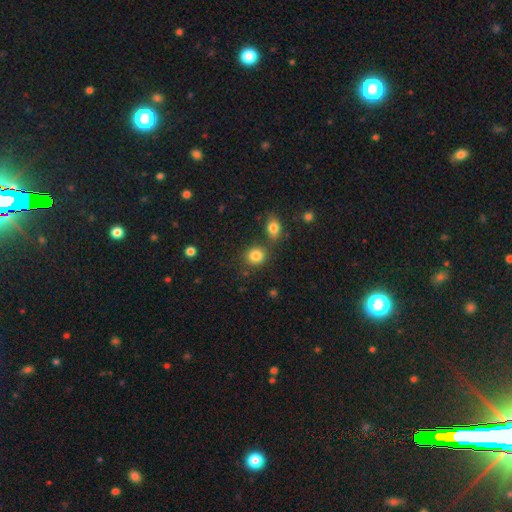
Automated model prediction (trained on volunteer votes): smooth_or_featured: smooth (p=0.84) [alt: star or artifact p=0.11]
how_rounded: round (p=0.78) [alt: in between p=0.21]
merging: none (p=0.71) [alt: merger p=0.16]